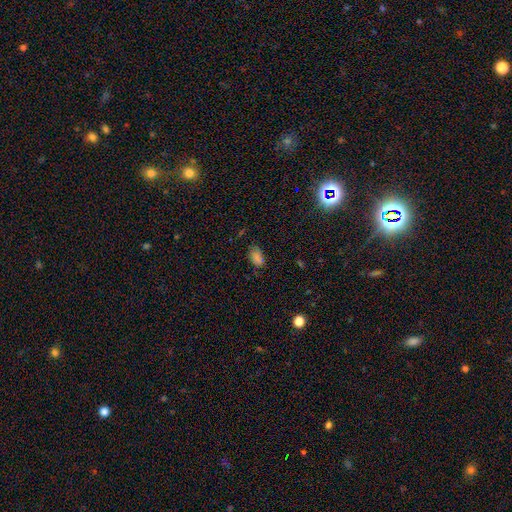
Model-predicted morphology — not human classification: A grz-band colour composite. It shows a smooth galaxy with no disk features (59%) that is in between round and cigar-shaped (85%). Merging: none (71%).